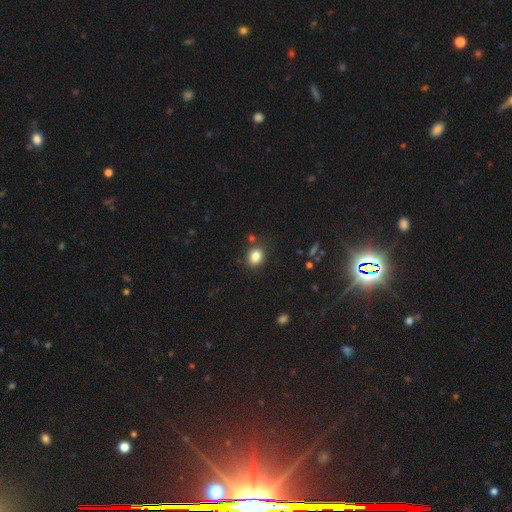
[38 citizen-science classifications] A smooth galaxy with no disk features (89%) that is round (50%).

Vote fractions:
- Smooth or featured? smooth: 89% / featured or disk: 8% / star or artifact: 3%
- How rounded? round: 50% / in between: 47% / cigar-shaped: 3%
- Merging? none: 73% / minor disturbance: 16% / major disturbance: 8% / merger: 3%